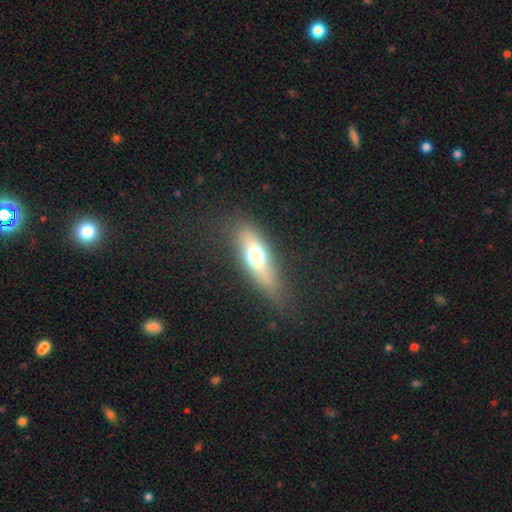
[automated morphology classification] smooth-or-featured: smooth: 53% | featured or disk: 37% | star or artifact: 10%
  how-rounded: in between: 55% | cigar-shaped: 38% | round: 7%
  merging: none: 80% | minor disturbance: 13% | major disturbance: 6% | merger: 1%